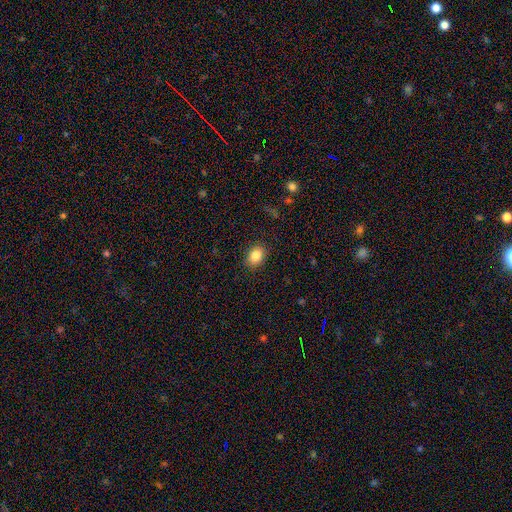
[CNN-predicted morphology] type=smooth (85%); roundness=in between (66%); merging=none (88%).